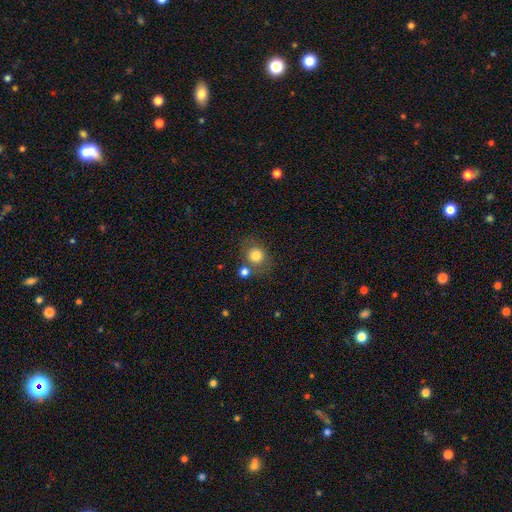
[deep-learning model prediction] Smooth or featured? Predicted: smooth (p=0.79). How rounded? Predicted: round (p=0.78). Merging? Predicted: none (p=0.64).